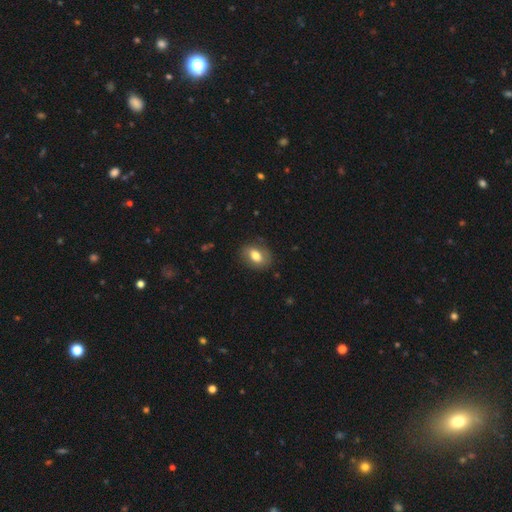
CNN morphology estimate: smooth-or-featured: smooth: 74% | featured or disk: 18% | star or artifact: 8%
  how-rounded: in between: 79% | round: 19% | cigar-shaped: 2%
  merging: none: 80% | minor disturbance: 14% | major disturbance: 4% | merger: 1%